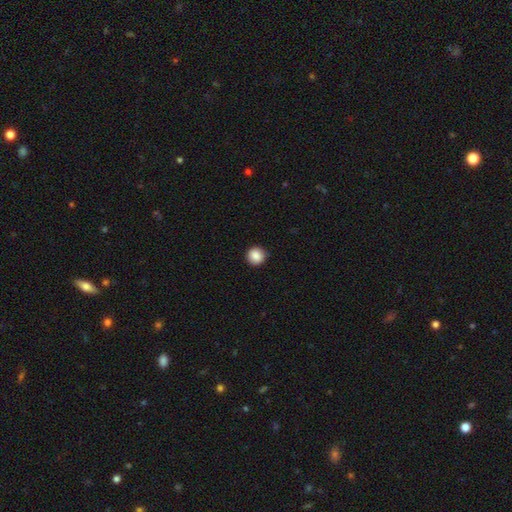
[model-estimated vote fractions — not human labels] smooth_or_featured: smooth (p=0.88) [alt: star or artifact p=0.09]
how_rounded: round (p=0.93) [alt: in between p=0.06]
merging: none (p=0.91) [alt: minor disturbance p=0.07]